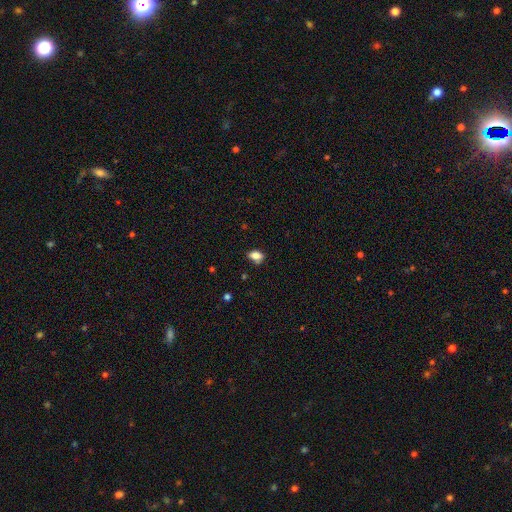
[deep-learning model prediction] Smooth or featured: smooth — 83% (star or artifact — 10%)
How rounded: in between — 82% (round — 16%)
Merging: none — 70% (minor disturbance — 22%)